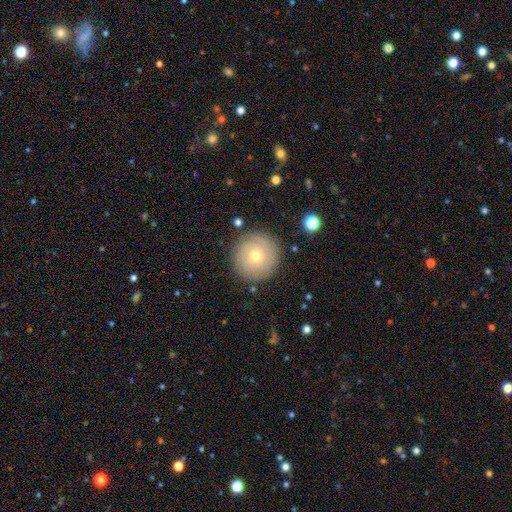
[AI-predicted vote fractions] Smooth or featured? Predicted: smooth (p=0.56). How rounded? Predicted: round (p=0.96). Merging? Predicted: none (p=0.87).